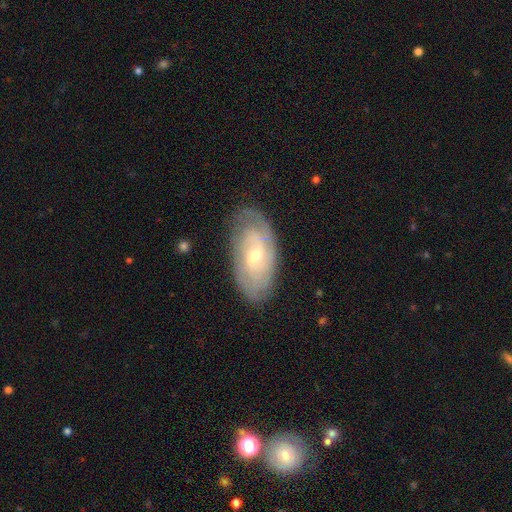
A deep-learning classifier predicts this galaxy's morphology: smooth-or-featured: featured or disk: 74% | smooth: 20% | star or artifact: 6%
  disk-edge-on: no: 92% | yes: 8%
    bar: no: 46% | weak: 44% | strong: 10%
    has-spiral-arms: yes: 88% | no: 12%
      spiral-winding: tight: 67% | medium: 25% | loose: 8%
      spiral-arm-count: can't tell: 46% | 2: 31% | 3: 10% | 4: 5% | 1: 5% | more than 4: 3%
    bulge-size: moderate: 50% | small: 46% | large: 2% | none: 1% | dominant: 1%
  merging: none: 78% | minor disturbance: 16% | major disturbance: 4% | merger: 1%